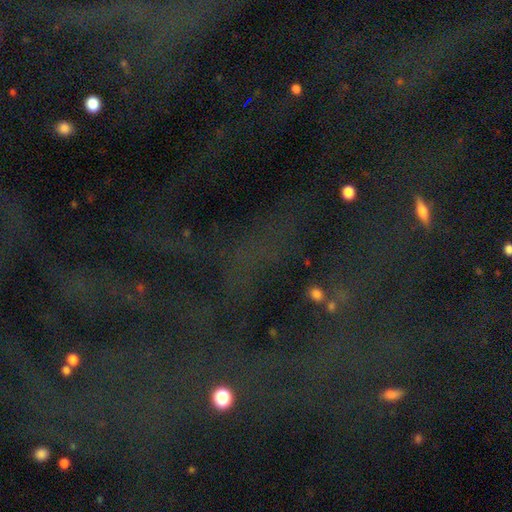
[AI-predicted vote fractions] Q: Smooth or featured?
A: star or artifact (76%); runner-up: smooth (13%)